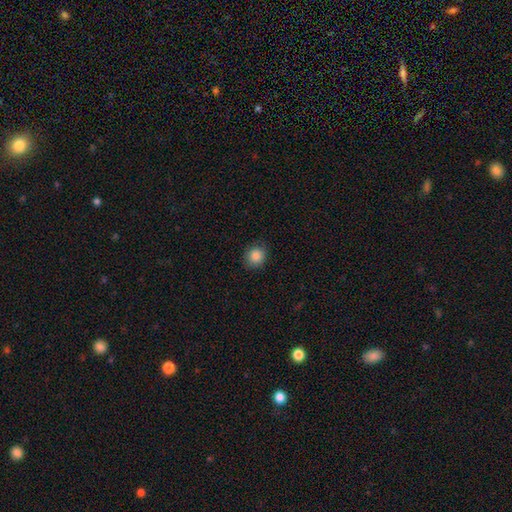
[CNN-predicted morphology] Q: Smooth or featured?
A: smooth (85%); runner-up: star or artifact (10%)
Q: How rounded?
A: round (83%); runner-up: in between (16%)
Q: Merging?
A: none (87%); runner-up: minor disturbance (10%)